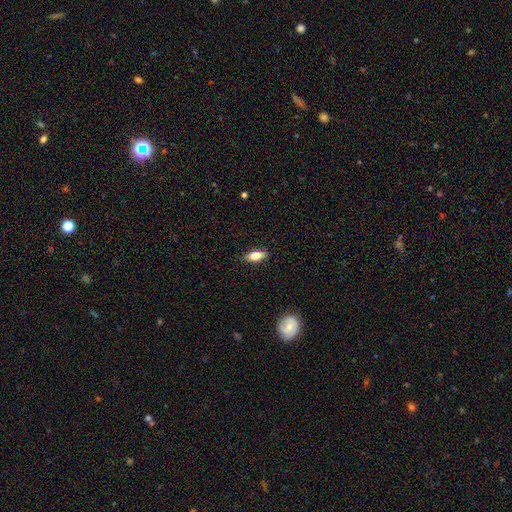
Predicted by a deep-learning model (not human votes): Q: Smooth or featured?
A: smooth (76%); runner-up: featured or disk (17%)
Q: How rounded?
A: in between (77%); runner-up: cigar-shaped (20%)
Q: Merging?
A: none (86%); runner-up: minor disturbance (10%)